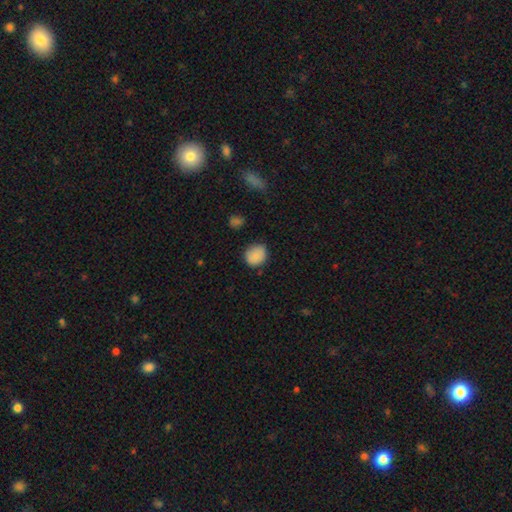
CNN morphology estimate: This is clearly a smooth galaxy (85%). How rounded: likely round (75%). Merging: likely none (78%).